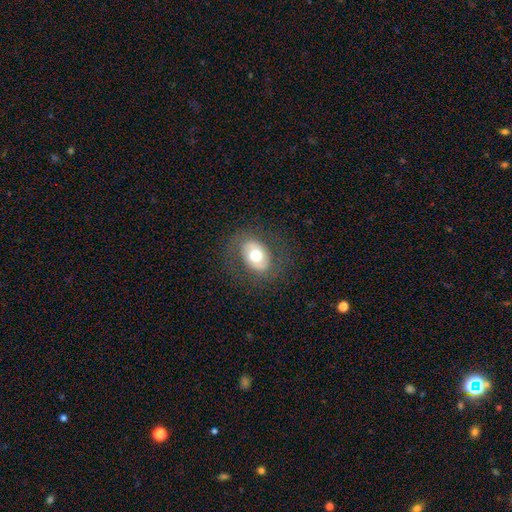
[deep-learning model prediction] A smooth galaxy with no disk features (55%) that is in between round and cigar-shaped (68%). Merging: none (78%).